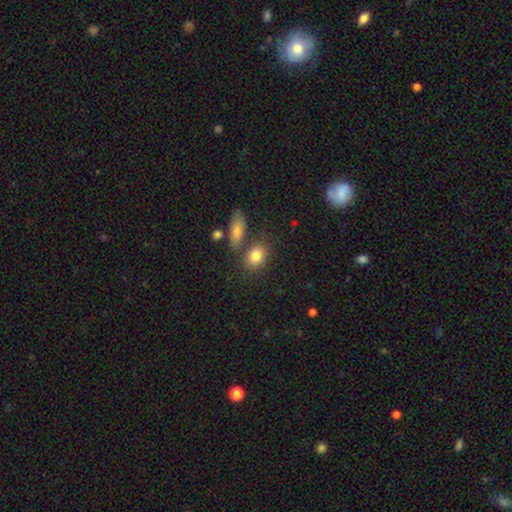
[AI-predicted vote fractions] smooth_or_featured: smooth (p=0.83) [alt: star or artifact p=0.09]
how_rounded: in between (p=0.59) [alt: round p=0.39]
merging: none (p=0.65) [alt: merger p=0.17]